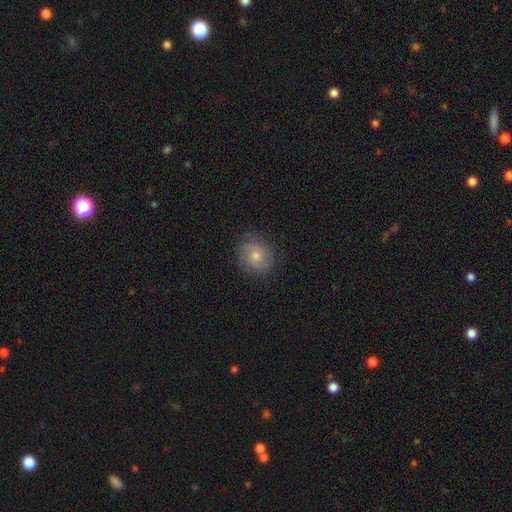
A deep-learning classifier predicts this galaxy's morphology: smooth_or_featured: smooth (p=0.56) [alt: featured or disk p=0.35]
how_rounded: round (p=0.77) [alt: in between p=0.22]
merging: none (p=0.81) [alt: minor disturbance p=0.14]